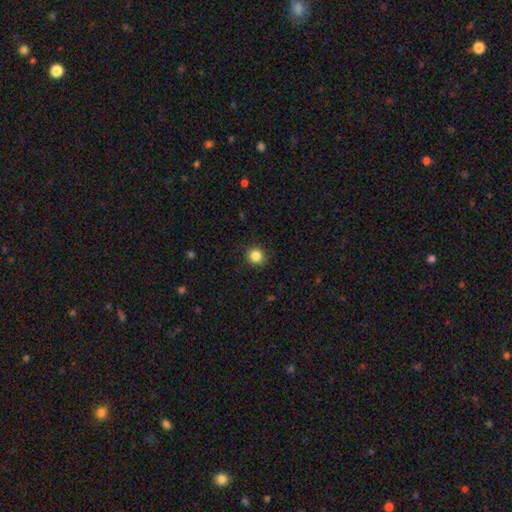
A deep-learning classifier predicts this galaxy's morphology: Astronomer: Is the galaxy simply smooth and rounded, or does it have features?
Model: smooth — 85%.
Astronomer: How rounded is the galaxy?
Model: round — 93%.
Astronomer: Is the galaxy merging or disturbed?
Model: none — 90%.